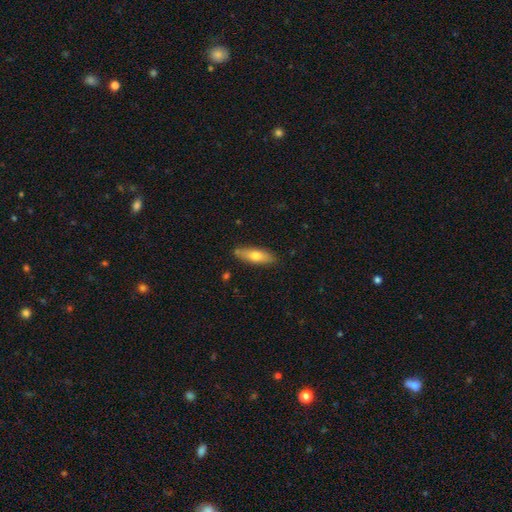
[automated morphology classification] smooth-or-featured: smooth: 69% | featured or disk: 24% | star or artifact: 6%
  how-rounded: in between: 57% | cigar-shaped: 40% | round: 2%
  merging: none: 82% | minor disturbance: 13% | major disturbance: 2% | merger: 2%